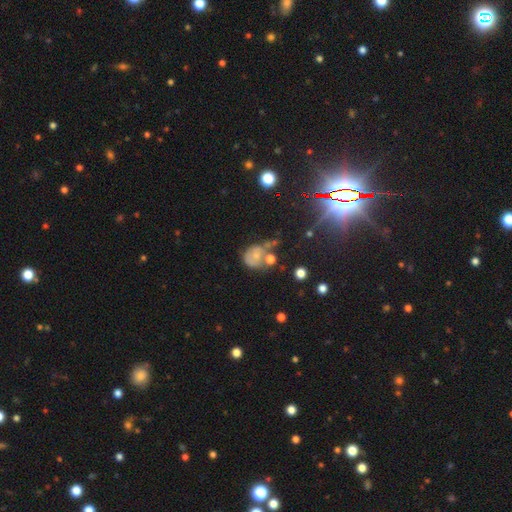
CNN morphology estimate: Smooth or featured: smooth — 51% (featured or disk — 31%)
How rounded: round — 69% (in between — 30%)
Merging: none — 35% (minor disturbance — 24%)